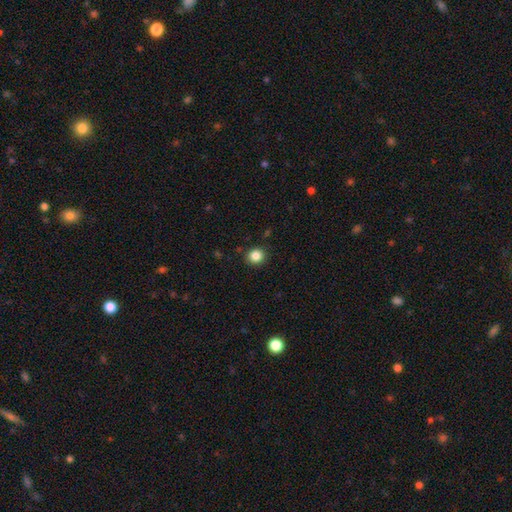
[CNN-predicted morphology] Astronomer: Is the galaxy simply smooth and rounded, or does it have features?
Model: smooth — 85%.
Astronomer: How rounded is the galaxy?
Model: round — 87%.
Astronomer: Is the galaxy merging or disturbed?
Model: none — 90%.